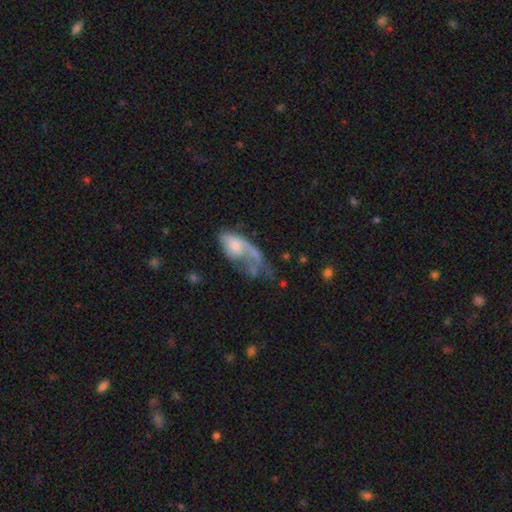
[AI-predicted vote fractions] smooth_or_featured: featured or disk (p=0.58) [alt: smooth p=0.31]
disk_edge_on: no (p=0.92) [alt: yes p=0.08]
bar: no (p=0.79) [alt: weak p=0.17]
has_spiral_arms: yes (p=0.55) [alt: no p=0.45]
bulge_size: small (p=0.44) [alt: moderate p=0.33]
merging: major disturbance (p=0.43) [alt: none p=0.25]